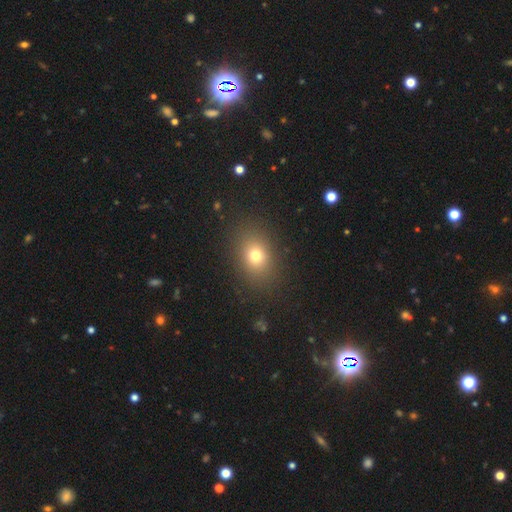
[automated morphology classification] Smooth or featured? smooth (74%)
How rounded? in between (58%)
Merging? none (86%)